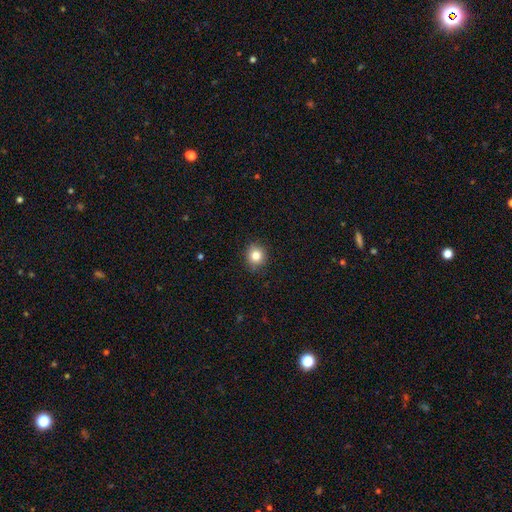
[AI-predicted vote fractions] Overall: smooth (83%). How rounded: round (84%). Merging: none (89%).